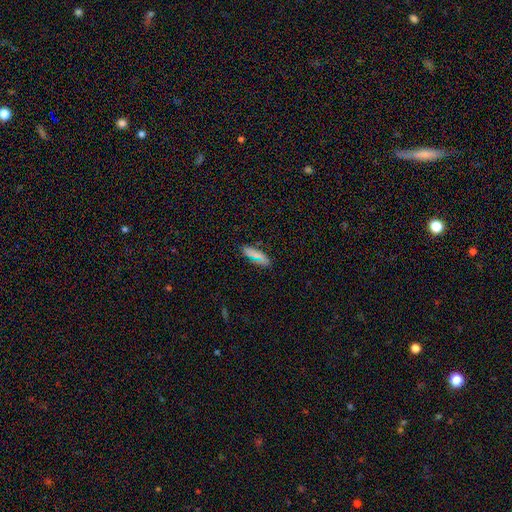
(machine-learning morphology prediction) Q: Smooth or featured?
A: smooth (71%); runner-up: featured or disk (15%)
Q: How rounded?
A: in between (58%); runner-up: cigar-shaped (38%)
Q: Merging?
A: none (82%); runner-up: minor disturbance (13%)